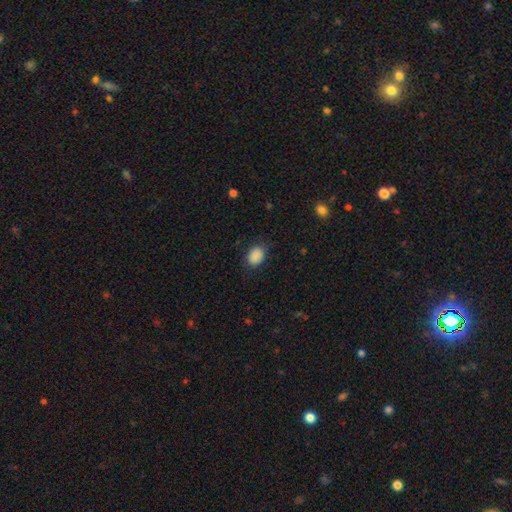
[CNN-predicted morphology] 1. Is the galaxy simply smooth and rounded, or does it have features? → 88% smooth, 9% star or artifact, 3% featured or disk.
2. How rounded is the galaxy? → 64% in between, 36% round, 1% cigar-shaped.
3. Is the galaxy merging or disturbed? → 81% none, 14% minor disturbance, 4% major disturbance, 1% merger.